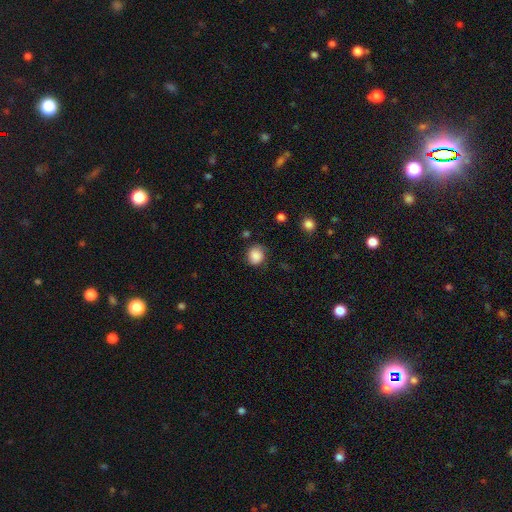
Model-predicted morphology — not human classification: A smooth galaxy with no disk features (84%) that is round (80%). Merging: none (72%).